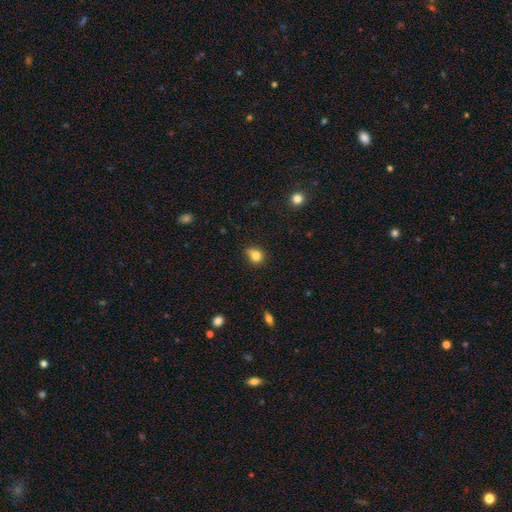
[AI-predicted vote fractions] A smooth galaxy with no disk features (80%) that is round (72%).

Vote fractions:
- Smooth or featured? smooth: 80% / star or artifact: 12% / featured or disk: 8%
- How rounded? round: 72% / in between: 27% / cigar-shaped: 1%
- Merging? none: 55% / minor disturbance: 32% / major disturbance: 8% / merger: 5%